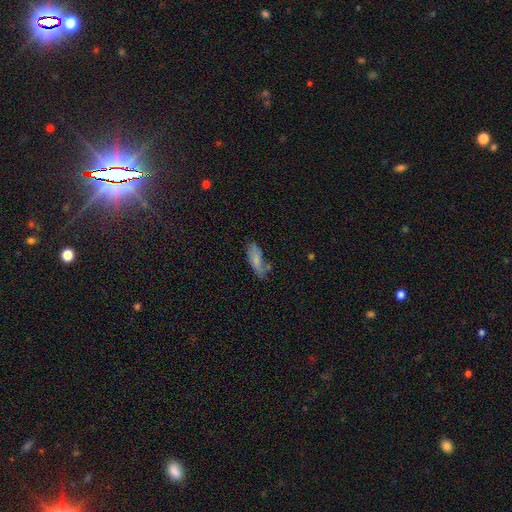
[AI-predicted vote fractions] Overall: smooth (45%; featured or disk 37%). Merging: none (67%).